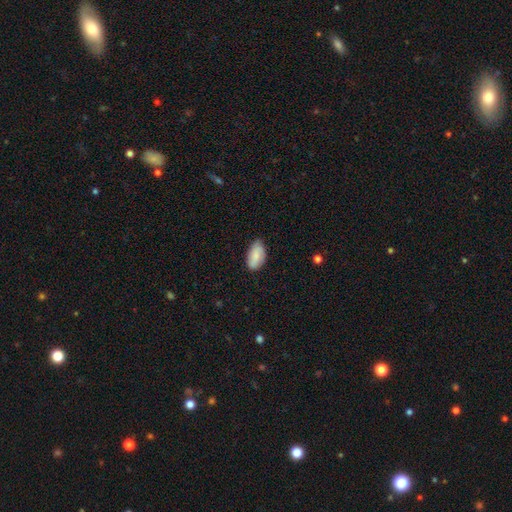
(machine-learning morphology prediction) Smooth or featured? Predicted: smooth (p=0.82). How rounded? Predicted: in between (p=0.94). Merging? Predicted: none (p=0.72).